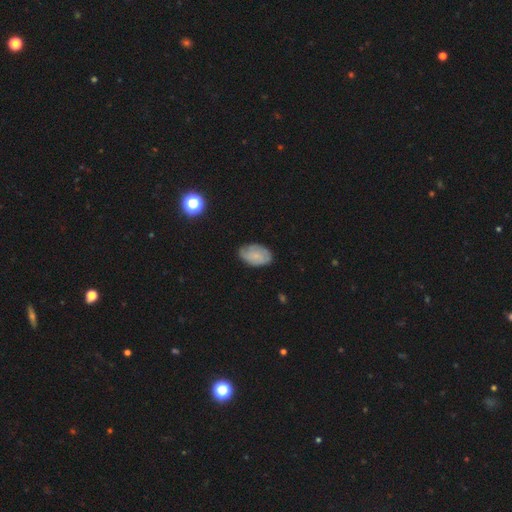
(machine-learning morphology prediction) smooth 62%, featured or disk 30%, star or artifact 8%. Down the decision tree: how rounded — in between (92%); merging — none (74%).